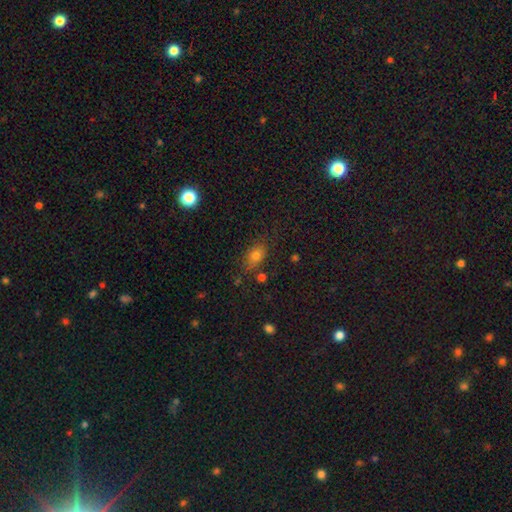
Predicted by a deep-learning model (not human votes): smooth 74%, star or artifact 16%, featured or disk 11%. Down the decision tree: how rounded — in between (75%); merging — none (75%).